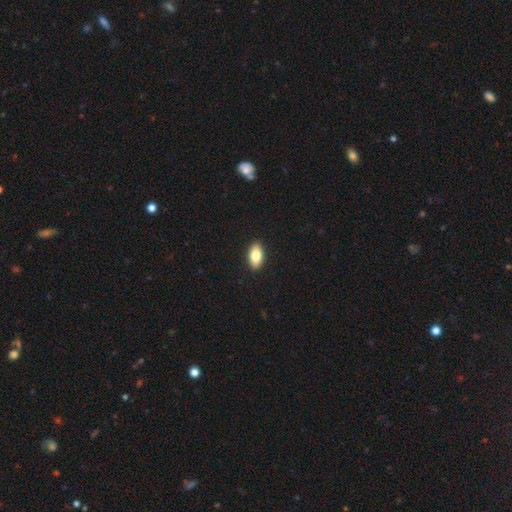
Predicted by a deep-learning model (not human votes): Overall: smooth (80%). How rounded: in between (91%). Merging: none (92%).